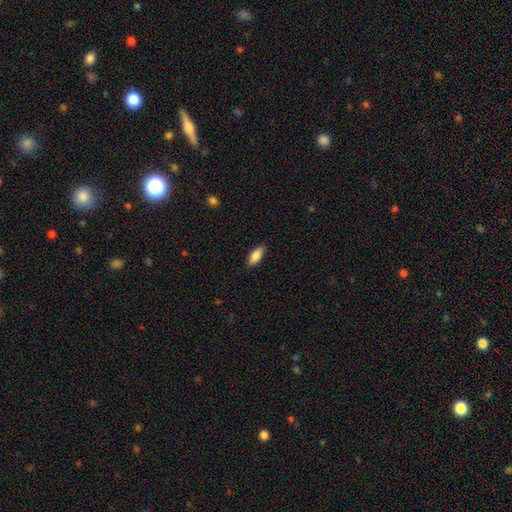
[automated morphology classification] type=smooth (85%); roundness=in between (80%); merging=none (86%).